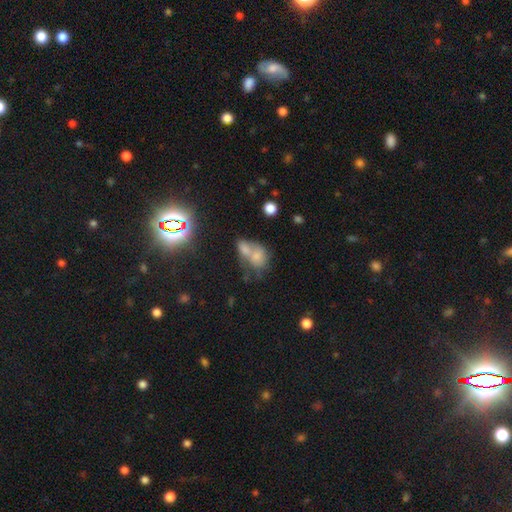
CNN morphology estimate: Smooth or featured: smooth — 69% (featured or disk — 18%)
How rounded: in between — 61% (round — 37%)
Merging: merger — 65% (none — 19%)